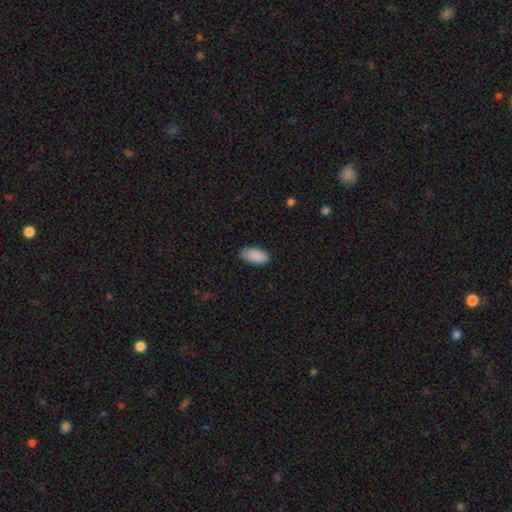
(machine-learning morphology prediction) Overall: smooth (90%). How rounded: in between (94%). Merging: none (86%).